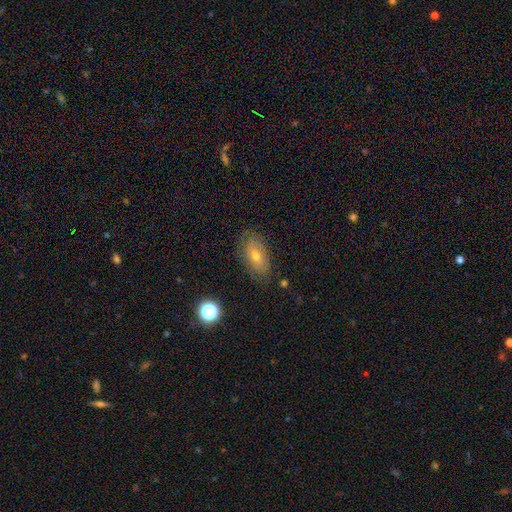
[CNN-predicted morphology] The model was most divided on "smooth or featured": smooth: 44%, featured or disk: 43%, star or artifact: 13%. More confident: merging — none (80%).